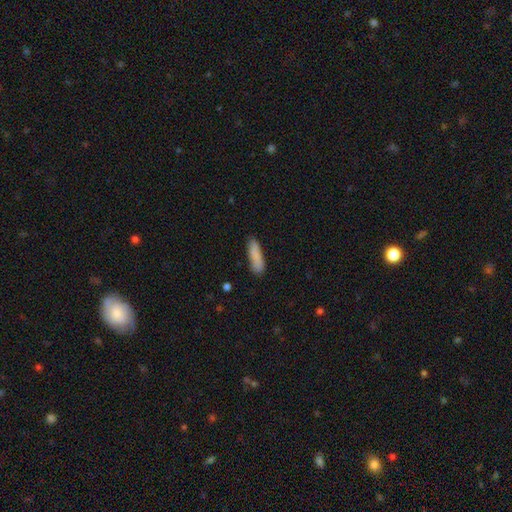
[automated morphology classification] A smooth galaxy with no disk features (85%) that is cigar-shaped (65%).

Vote fractions:
- Smooth or featured? smooth: 85% / featured or disk: 8% / star or artifact: 6%
- How rounded? cigar-shaped: 65% / in between: 33% / round: 2%
- Merging? none: 81% / minor disturbance: 15% / major disturbance: 3% / merger: 2%